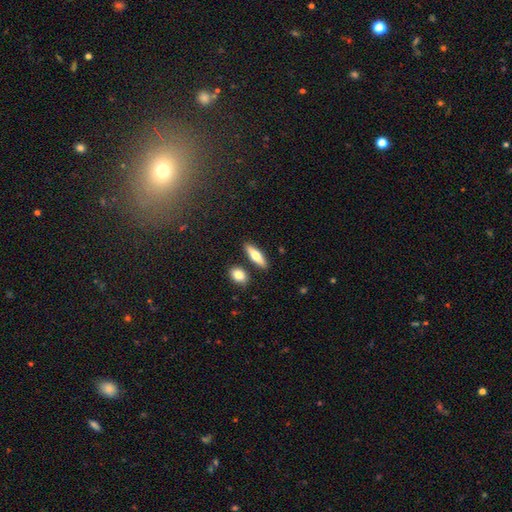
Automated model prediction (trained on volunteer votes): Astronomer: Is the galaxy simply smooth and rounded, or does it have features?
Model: smooth — 64%.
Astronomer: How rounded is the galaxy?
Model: cigar-shaped — 56% (runner-up: in between, 41%).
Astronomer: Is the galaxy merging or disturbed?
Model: none — 82%.